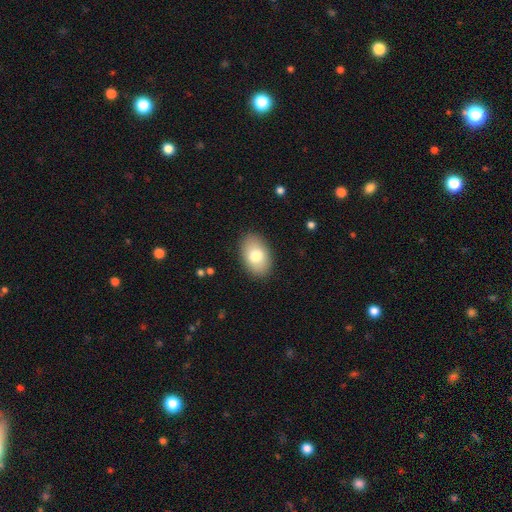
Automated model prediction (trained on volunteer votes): This appears to be a smooth galaxy with no disk features (76%) that is in between round and cigar-shaped (89%). Merging: none (88%).